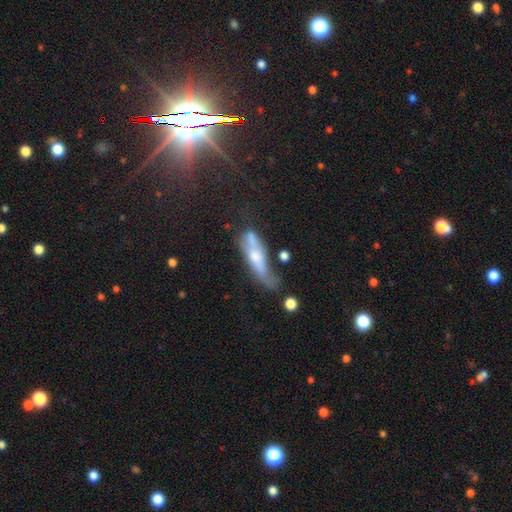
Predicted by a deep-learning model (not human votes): smooth_or_featured: smooth (p=0.47) [alt: featured or disk p=0.43]
merging: none (p=0.29) [tied with: major disturbance p=0.29]